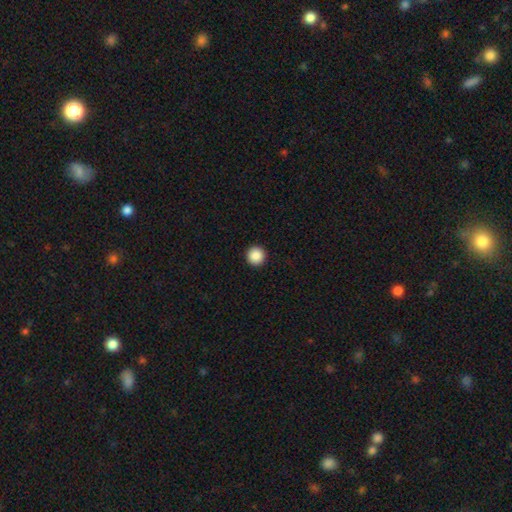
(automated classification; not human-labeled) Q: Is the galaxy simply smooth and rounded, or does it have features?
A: smooth — 88%.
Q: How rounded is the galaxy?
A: round — 96%.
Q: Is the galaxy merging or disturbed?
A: none — 94%.